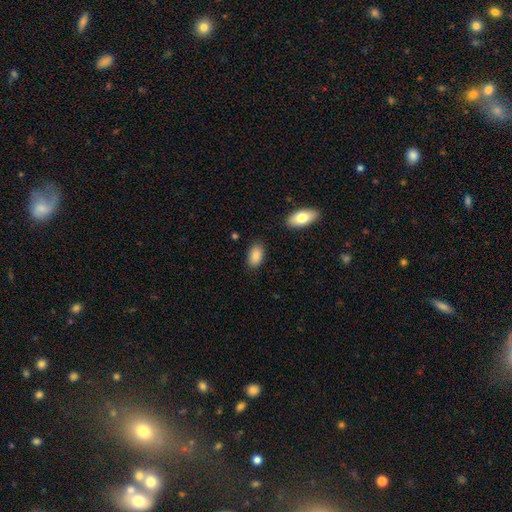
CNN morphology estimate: smooth 89%, star or artifact 7%, featured or disk 4%. Down the decision tree: how rounded — in between (93%); merging — none (84%).